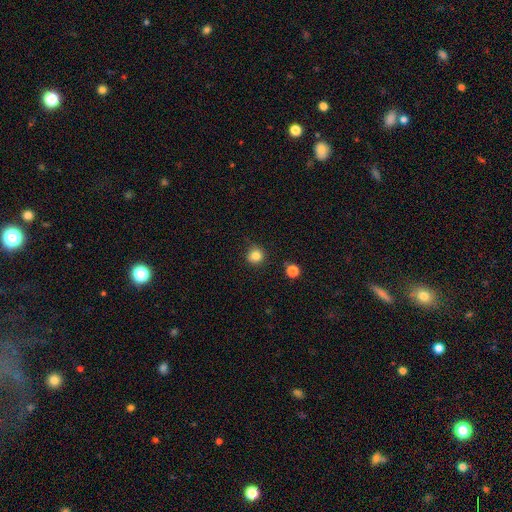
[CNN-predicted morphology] A smooth galaxy with no disk features (83%) that is round (92%).

Vote fractions:
- Smooth or featured? smooth: 83% / star or artifact: 12% / featured or disk: 5%
- How rounded? round: 92% / in between: 7% / cigar-shaped: 1%
- Merging? none: 85% / minor disturbance: 11% / major disturbance: 3% / merger: 2%